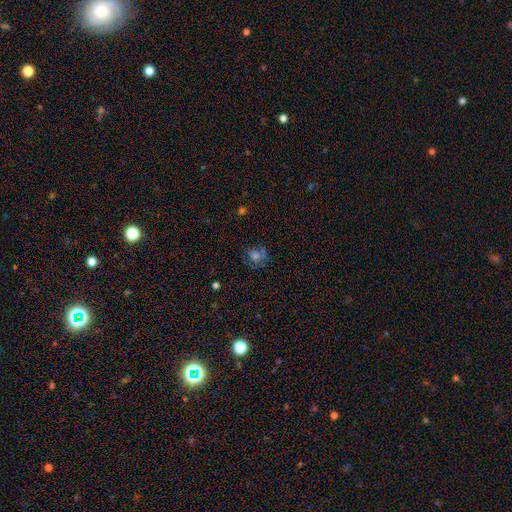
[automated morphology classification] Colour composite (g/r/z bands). It shows a smooth galaxy with no disk features (49%). Merging: none (61%).